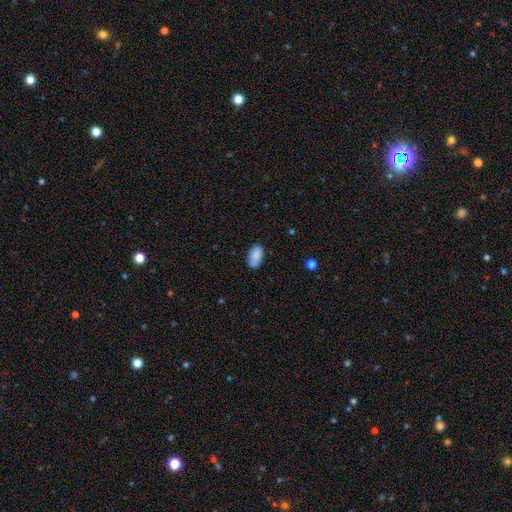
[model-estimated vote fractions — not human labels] This appears to be a smooth galaxy with no disk features (85%) that is in between round and cigar-shaped (92%). Merging: none (71%).